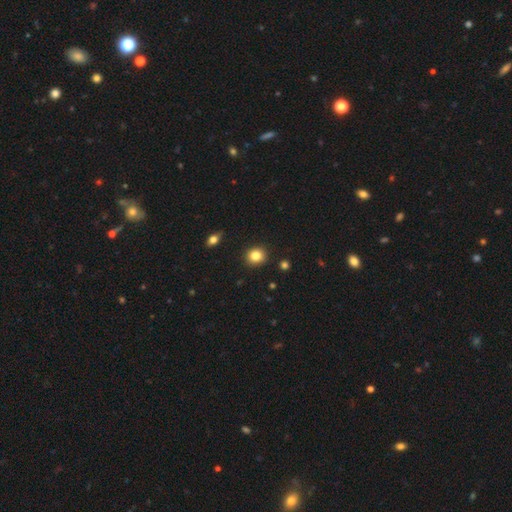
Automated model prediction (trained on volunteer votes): smooth 83%, star or artifact 11%, featured or disk 6%. Down the decision tree: how rounded — round (83%); merging — none (90%).